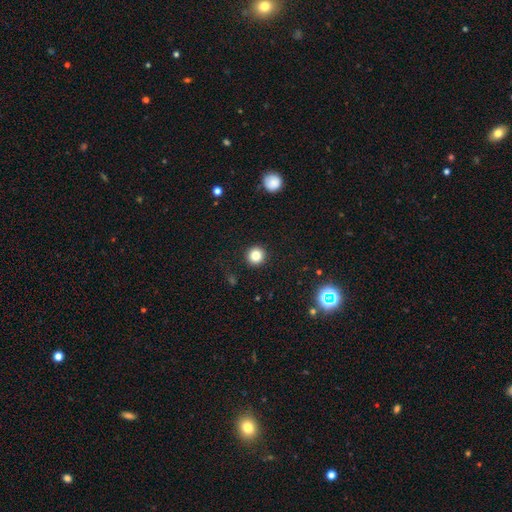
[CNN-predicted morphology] smooth 83%, star or artifact 12%, featured or disk 5%. Down the decision tree: how rounded — round (95%); merging — none (92%).